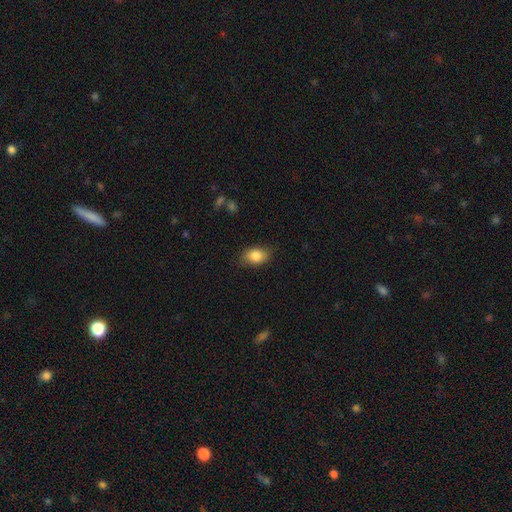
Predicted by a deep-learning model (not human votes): Smooth or featured?
  - smooth: 85% *
  - star or artifact: 8%
  - featured or disk: 7%
How rounded?
  - in between: 84% *
  - round: 14%
  - cigar-shaped: 2%
Merging?
  - none: 82% *
  - minor disturbance: 14%
  - major disturbance: 3%
  - merger: 1%